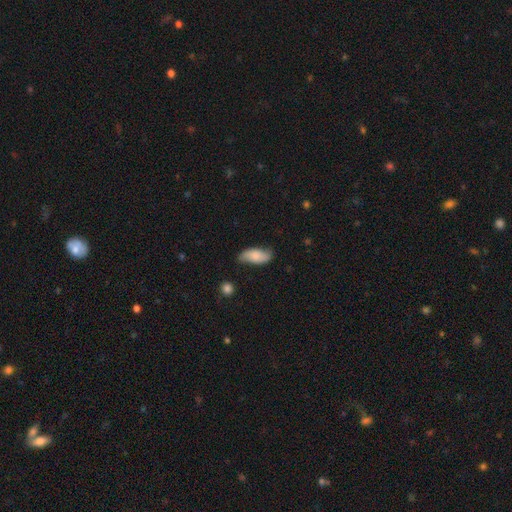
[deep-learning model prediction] A smooth galaxy with no disk features (73%) that is in between round and cigar-shaped (87%). Merging: none (68%).